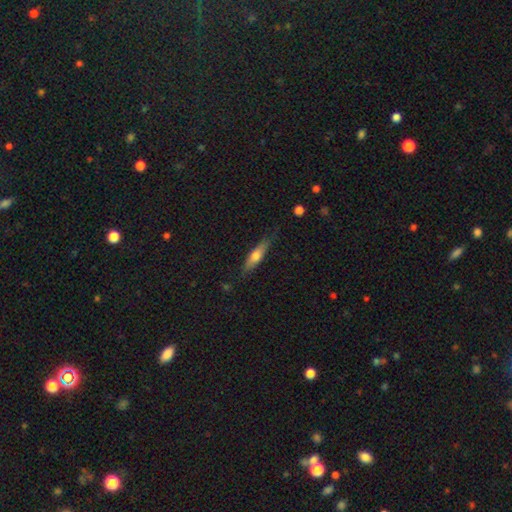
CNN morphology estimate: Q: Smooth or featured?
A: smooth (62%); runner-up: featured or disk (32%)
Q: How rounded?
A: cigar-shaped (63%); runner-up: in between (35%)
Q: Merging?
A: none (75%); runner-up: minor disturbance (19%)